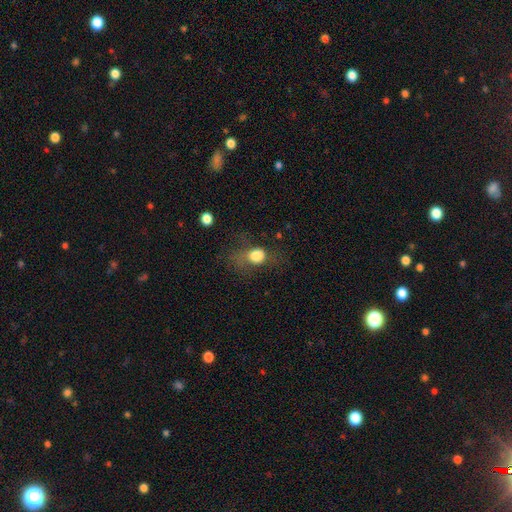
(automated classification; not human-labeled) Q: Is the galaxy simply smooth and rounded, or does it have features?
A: smooth — 76%.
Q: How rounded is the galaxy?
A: round — 58%.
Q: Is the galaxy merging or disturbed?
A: none — 37%.